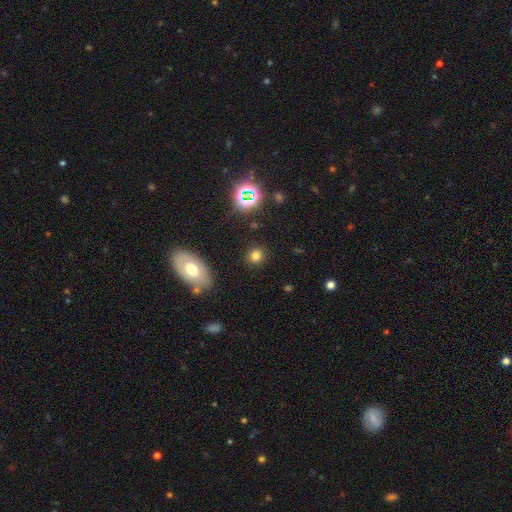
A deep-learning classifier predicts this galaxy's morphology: The model was most divided on "smooth or featured": smooth: 73%, star or artifact: 19%, featured or disk: 7%. More confident: merging — none (88%); how rounded — round (81%).